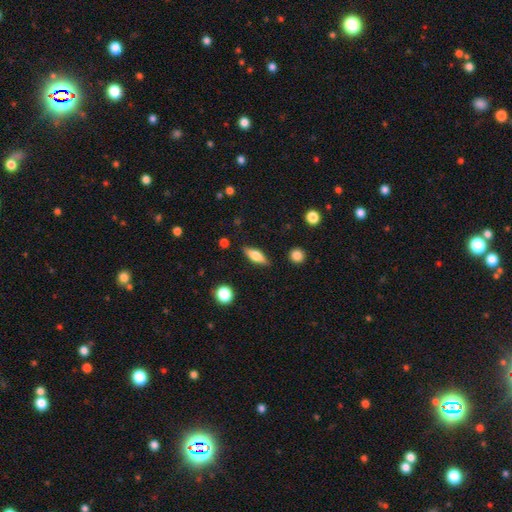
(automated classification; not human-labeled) Smooth or featured? smooth (56%)
How rounded? in between (55%)
Merging? none (85%)